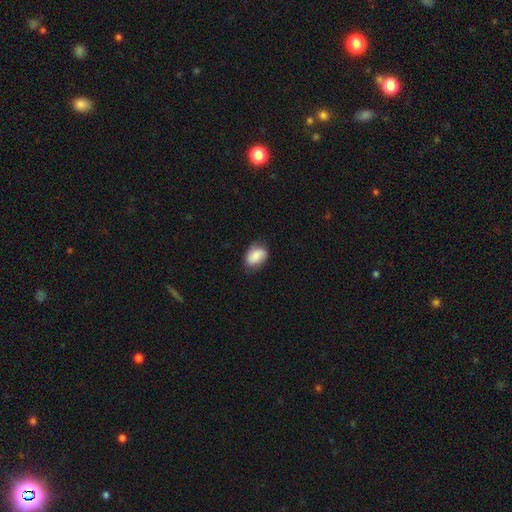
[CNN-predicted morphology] smooth 75%, featured or disk 17%, star or artifact 8%. Down the decision tree: how rounded — in between (83%); merging — none (69%).